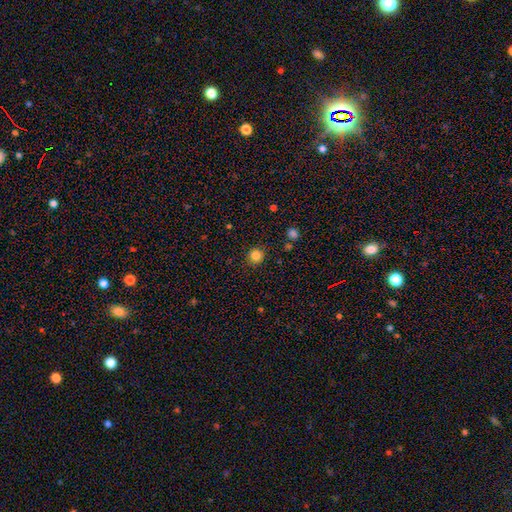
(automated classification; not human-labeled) A smooth galaxy with no disk features (83%) that is round (90%). Merging: none (90%).